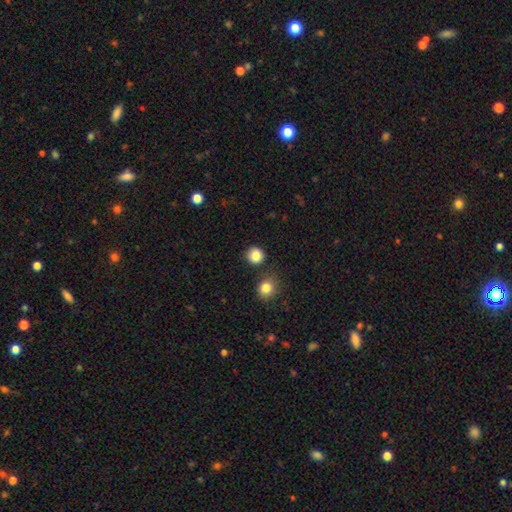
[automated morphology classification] This appears to be a smooth galaxy with no disk features (85%) that is round (91%). Merging: none (85%).